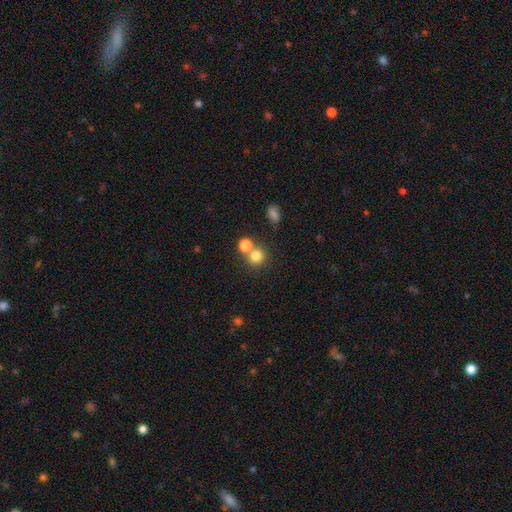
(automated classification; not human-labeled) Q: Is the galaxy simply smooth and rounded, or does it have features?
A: smooth — 78%.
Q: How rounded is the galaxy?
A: round — 88%.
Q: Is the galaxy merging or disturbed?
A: none — 60%.